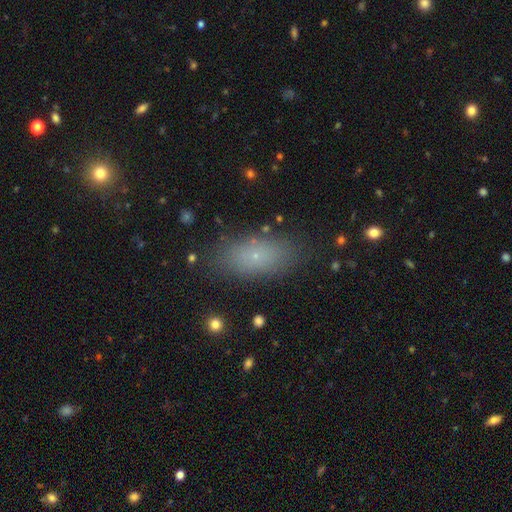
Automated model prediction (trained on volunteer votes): This appears to be a smooth galaxy with no disk features (70%) that is in between round and cigar-shaped (83%). Merging: none (85%).